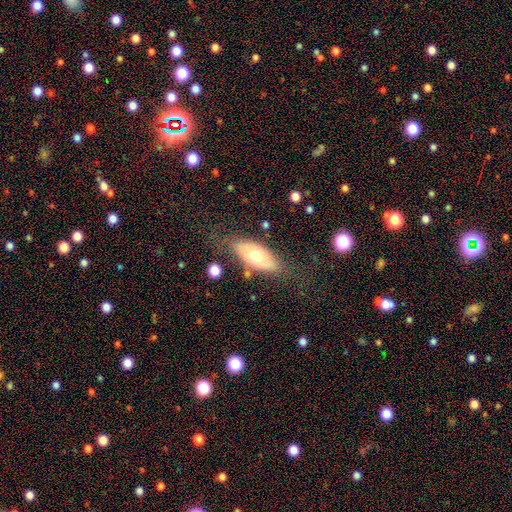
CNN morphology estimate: type=smooth (57%); roundness=in between (84%); merging=none (68%).